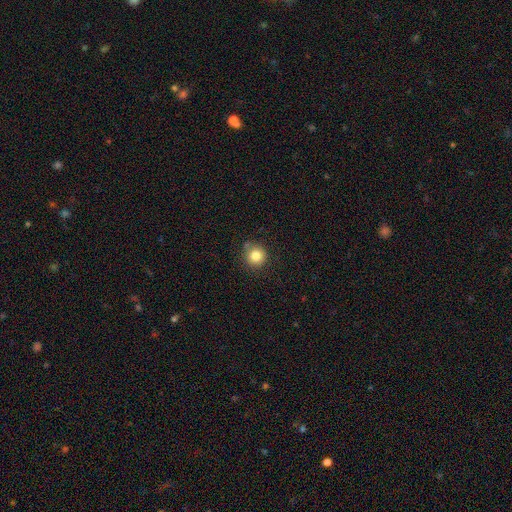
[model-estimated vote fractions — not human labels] The model was most divided on "merging": none: 79%, minor disturbance: 13%, merger: 5%, major disturbance: 3%. More confident: how rounded — round (93%); smooth or featured — smooth (82%).